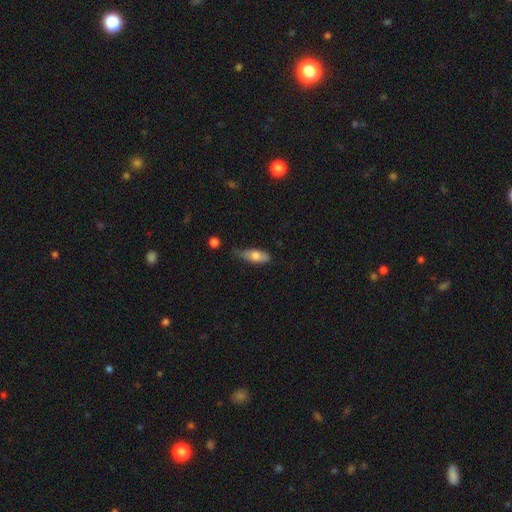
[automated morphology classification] A smooth galaxy with no disk features (71%) that is in between round and cigar-shaped (74%).

Vote fractions:
- Smooth or featured? smooth: 71% / featured or disk: 22% / star or artifact: 7%
- How rounded? in between: 74% / cigar-shaped: 22% / round: 3%
- Merging? none: 46% / minor disturbance: 39% / major disturbance: 11% / merger: 3%